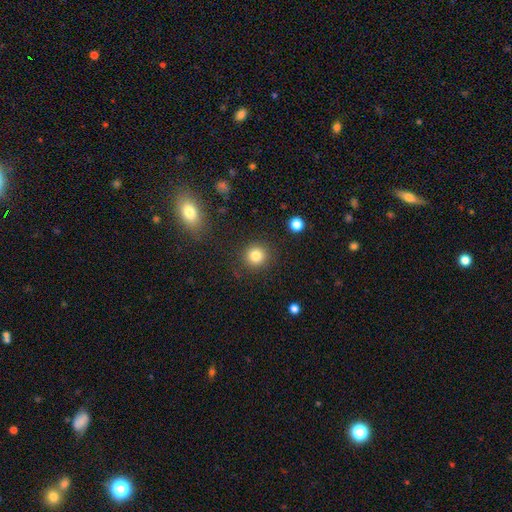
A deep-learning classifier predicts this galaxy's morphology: type=smooth (83%); roundness=round (92%); merging=none (88%).